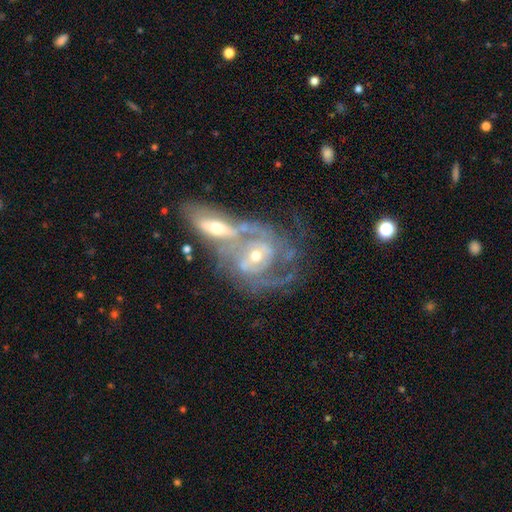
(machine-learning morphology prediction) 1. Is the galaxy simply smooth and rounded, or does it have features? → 85% featured or disk, 9% smooth, 6% star or artifact.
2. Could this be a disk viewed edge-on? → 95% no, 5% yes.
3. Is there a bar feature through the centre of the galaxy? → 52% no, 33% weak, 15% strong.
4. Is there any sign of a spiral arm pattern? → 91% yes, 9% no.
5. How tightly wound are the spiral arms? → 49% tight, 39% medium, 12% loose.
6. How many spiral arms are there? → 48% 2, 28% can't tell, 12% 3, 5% 1, 3% 4, 3% more than 4.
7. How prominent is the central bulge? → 53% moderate, 42% small, 3% large, 1% none, 1% dominant.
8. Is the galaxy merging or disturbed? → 61% merger, 21% none, 9% minor disturbance, 8% major disturbance.